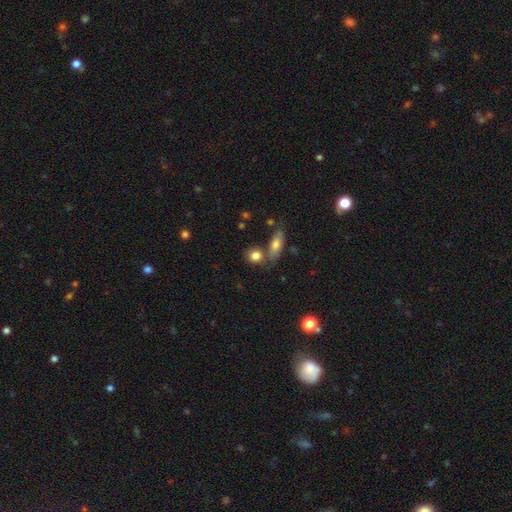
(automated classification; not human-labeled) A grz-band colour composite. It shows a smooth galaxy with no disk features (81%) that is round (60%). Merging: none (58%).